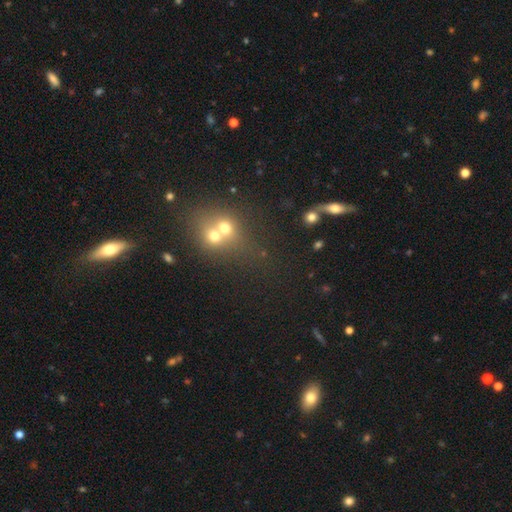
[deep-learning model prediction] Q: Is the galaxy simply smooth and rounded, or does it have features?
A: smooth — 43%.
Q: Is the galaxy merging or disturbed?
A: merger — 43%.